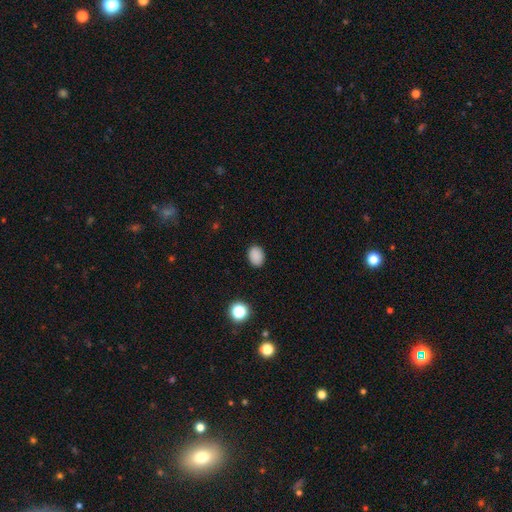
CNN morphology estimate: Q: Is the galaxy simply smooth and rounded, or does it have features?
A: smooth — 87%.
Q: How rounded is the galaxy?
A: in between — 67%.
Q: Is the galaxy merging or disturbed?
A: none — 88%.